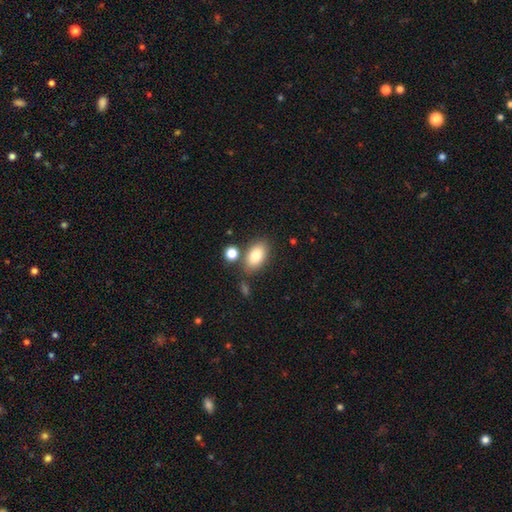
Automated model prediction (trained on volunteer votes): smooth_or_featured: smooth (p=0.82) [alt: featured or disk p=0.10]
how_rounded: in between (p=0.89) [alt: round p=0.08]
merging: none (p=0.73) [alt: minor disturbance p=0.12]